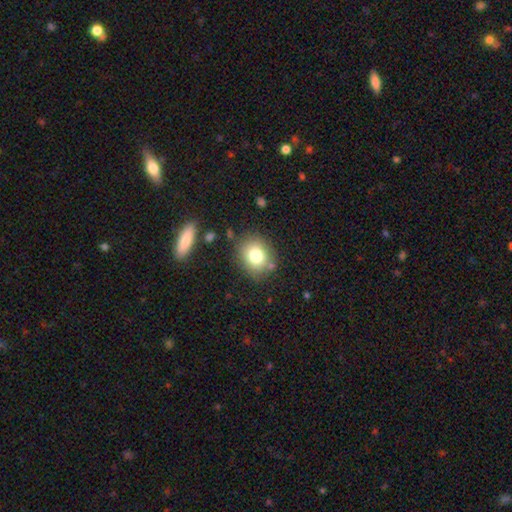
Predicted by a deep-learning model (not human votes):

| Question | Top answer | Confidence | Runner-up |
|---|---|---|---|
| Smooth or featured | smooth | 78% | featured or disk (12%) |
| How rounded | round | 68% | in between (32%) |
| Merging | none | 80% | minor disturbance (11%) |